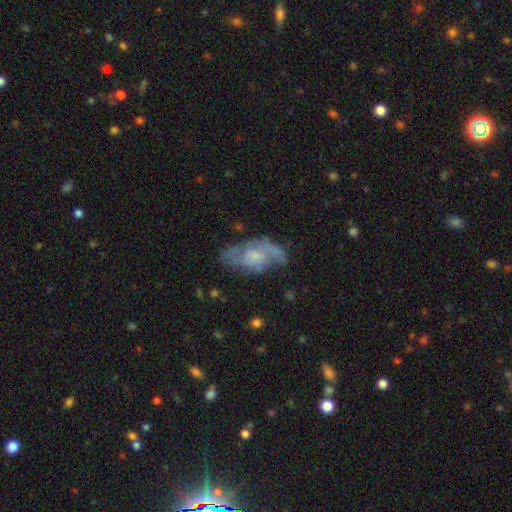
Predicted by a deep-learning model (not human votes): Overall: featured or disk (73%). Edge-on disk: no (94%). Bar: no (61%; weak 34%). Spiral arms: yes (89%). Spiral arm count: 2 (72%). Spiral winding: medium (48%; loose 29%). Bulge size: small (37%; moderate 36%). Merging: none (63%).